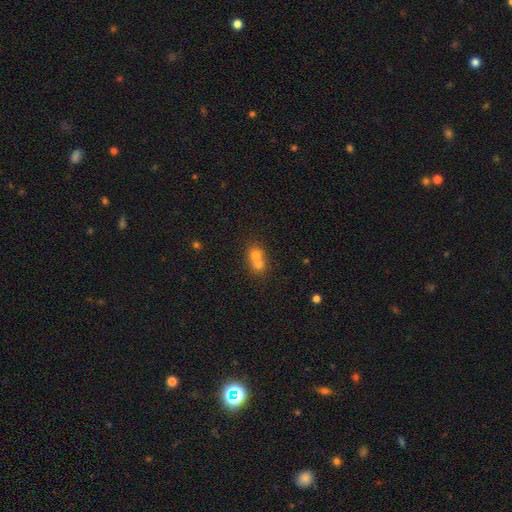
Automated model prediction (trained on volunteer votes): Smooth or featured?
  - smooth: 70% *
  - featured or disk: 17%
  - star or artifact: 13%
How rounded?
  - round: 76% *
  - in between: 23%
  - cigar-shaped: 1%
Merging?
  - merger: 68% *
  - none: 26%
  - minor disturbance: 4%
  - major disturbance: 2%